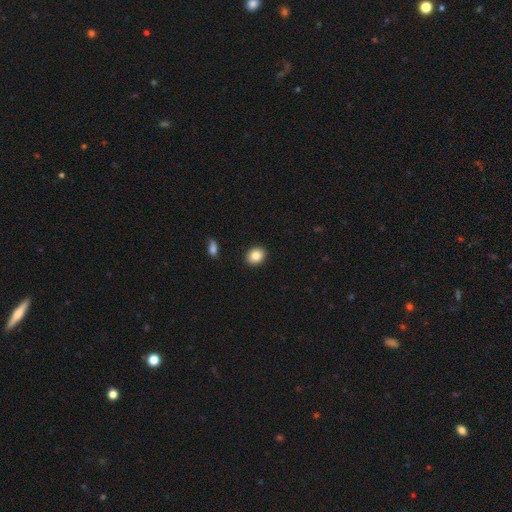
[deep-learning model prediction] smooth_or_featured: smooth (p=0.85) [alt: star or artifact p=0.09]
how_rounded: round (p=0.55) [alt: in between p=0.44]
merging: none (p=0.91) [alt: minor disturbance p=0.06]